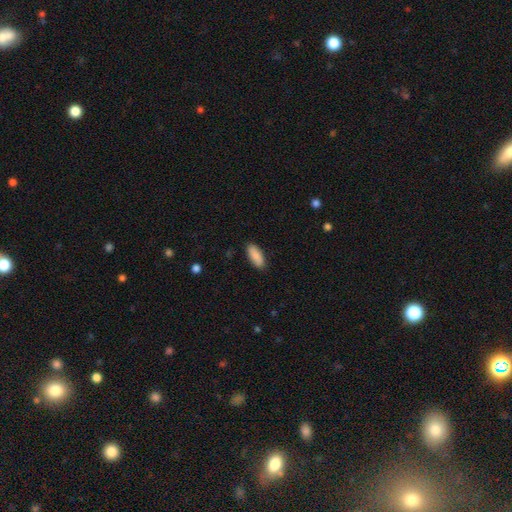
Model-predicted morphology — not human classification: This appears to be a smooth galaxy with no disk features (89%) that is in between round and cigar-shaped (78%). Merging: none (88%).